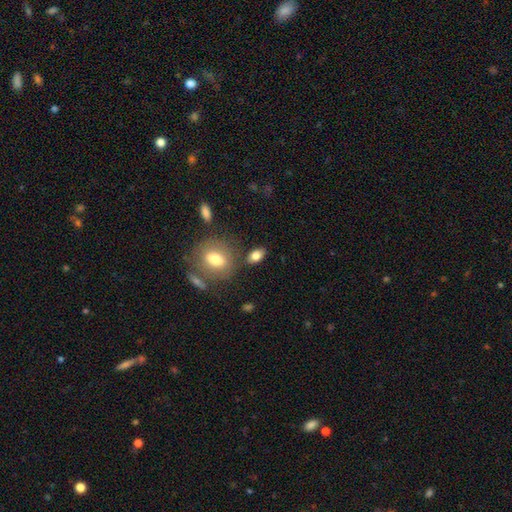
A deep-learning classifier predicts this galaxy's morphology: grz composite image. It shows a smooth galaxy with no disk features (79%) that is in between round and cigar-shaped (84%). Merging: none (75%).